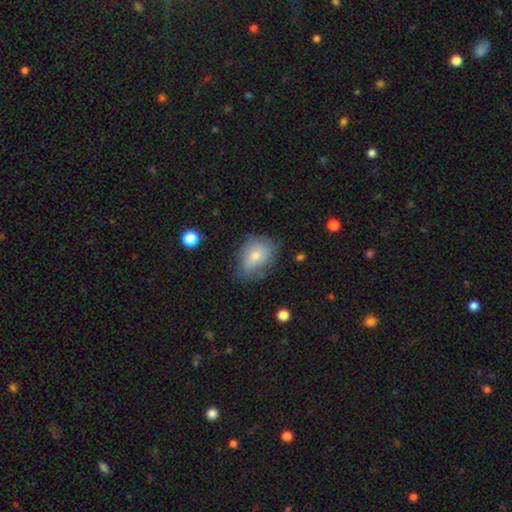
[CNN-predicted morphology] smooth-or-featured: smooth: 72% | featured or disk: 20% | star or artifact: 8%
  how-rounded: in between: 67% | round: 32% | cigar-shaped: 1%
  merging: none: 57% | minor disturbance: 30% | major disturbance: 10% | merger: 2%